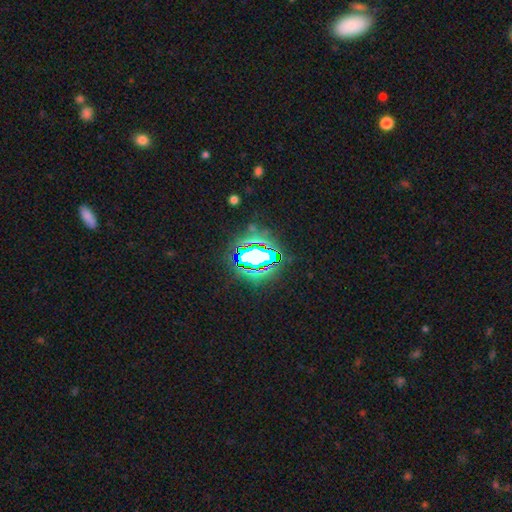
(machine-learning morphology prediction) Overall: star or artifact (67%).